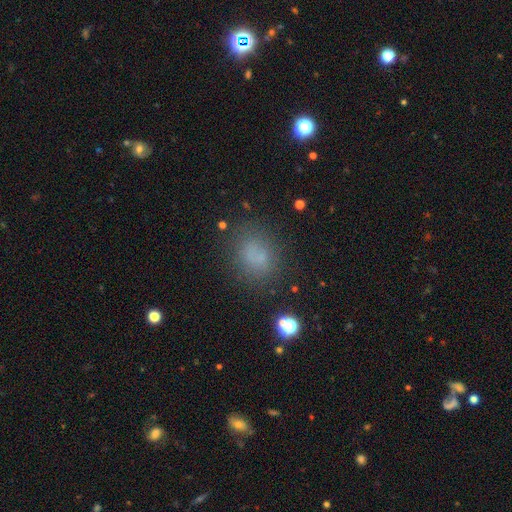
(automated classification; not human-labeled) Smooth or featured? smooth (72%)
How rounded? round (53%)
Merging? none (72%)